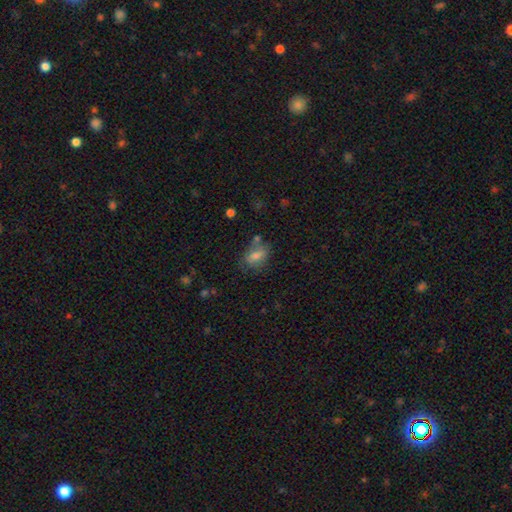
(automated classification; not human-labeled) smooth 68%, featured or disk 21%, star or artifact 11%. Down the decision tree: how rounded — in between (75%); merging — none (64%).